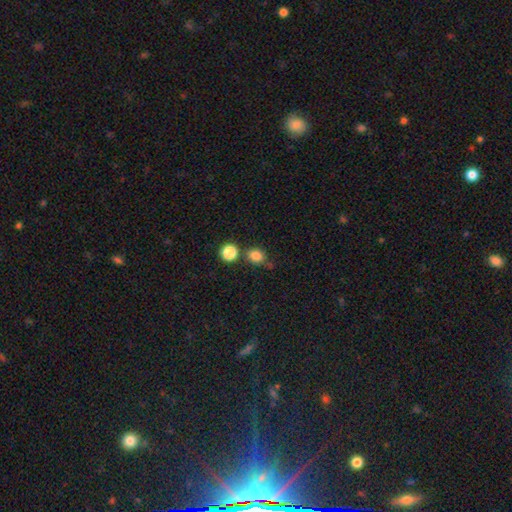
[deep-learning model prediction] A smooth galaxy with no disk features (82%) that is round (65%). Merging: none (70%).